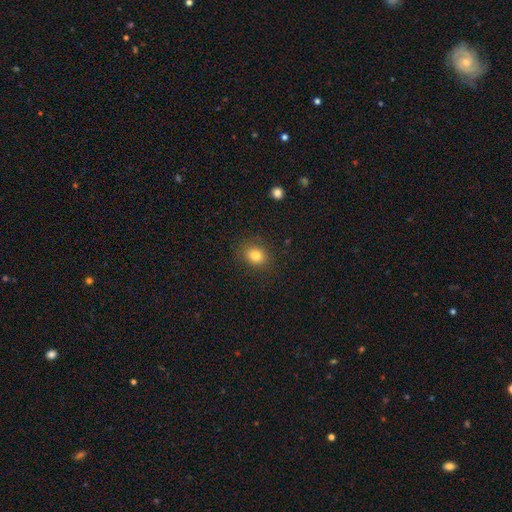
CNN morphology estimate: Overall: smooth (80%). How rounded: round (54%; in between 45%). Merging: none (85%).